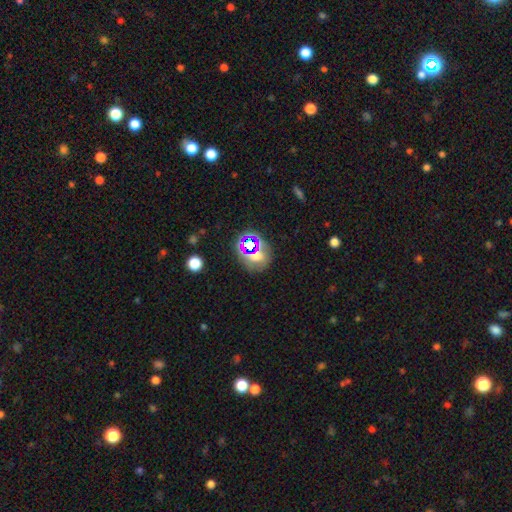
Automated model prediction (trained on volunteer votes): A smooth galaxy with no disk features (44%).

Vote fractions:
- Smooth or featured? smooth: 44% / star or artifact: 38% / featured or disk: 17%
- Merging? none: 69% / minor disturbance: 14% / merger: 9% / major disturbance: 7%